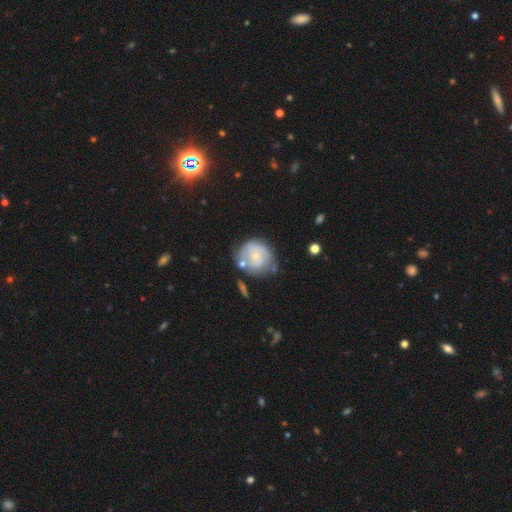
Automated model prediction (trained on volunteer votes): A smooth galaxy with no disk features (48%). Merging: none (52%).